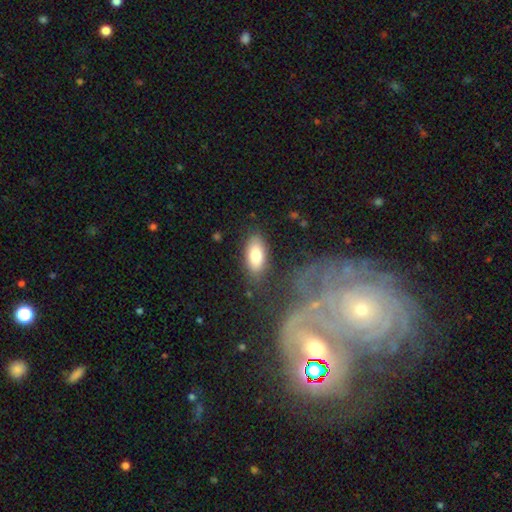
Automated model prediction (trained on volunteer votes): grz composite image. It shows a smooth galaxy with no disk features (81%) that is in between round and cigar-shaped (89%). Merging: none (81%).